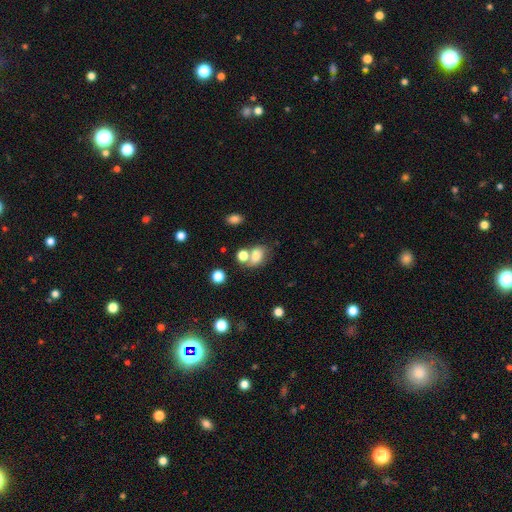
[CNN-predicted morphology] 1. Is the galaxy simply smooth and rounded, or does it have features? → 72% smooth, 15% featured or disk, 13% star or artifact.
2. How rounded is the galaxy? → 66% in between, 32% round, 2% cigar-shaped.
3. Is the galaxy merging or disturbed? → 43% none, 33% merger, 16% minor disturbance, 8% major disturbance.